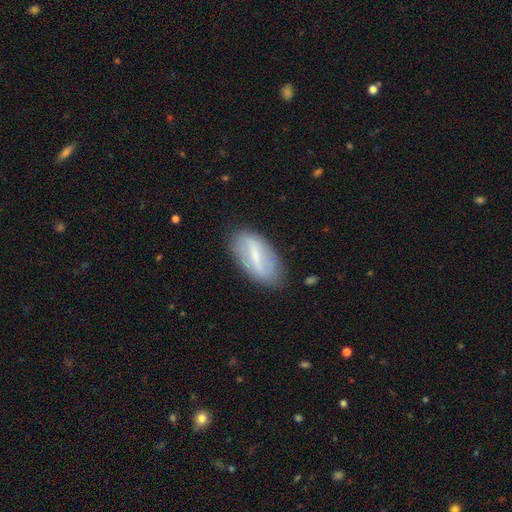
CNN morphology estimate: Smooth or featured? Predicted: featured or disk (p=0.54). Edge-on disk? Predicted: no (p=0.87). Merging? Predicted: none (p=0.80).